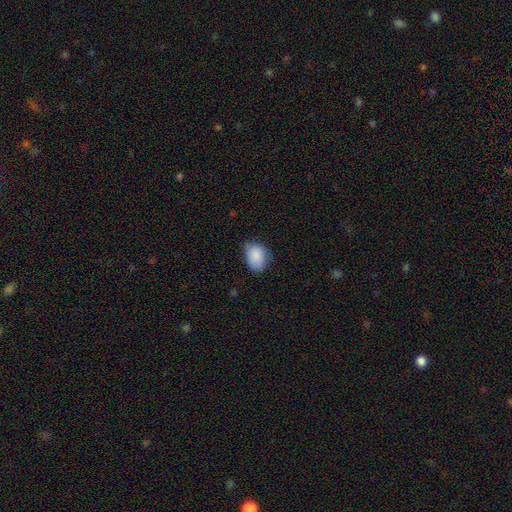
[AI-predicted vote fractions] The model was most divided on "merging": none: 58%, minor disturbance: 35%, major disturbance: 6%, merger: 1%. More confident: smooth or featured — smooth (86%); how rounded — in between (67%).